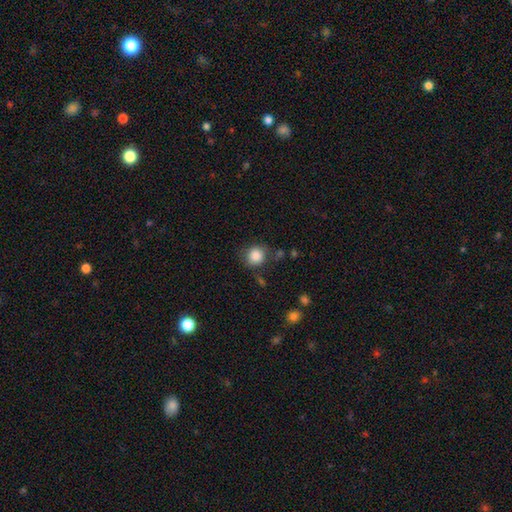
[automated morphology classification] This is clearly a smooth galaxy (86%). How rounded: clearly round (85%). Merging: likely none (73%).